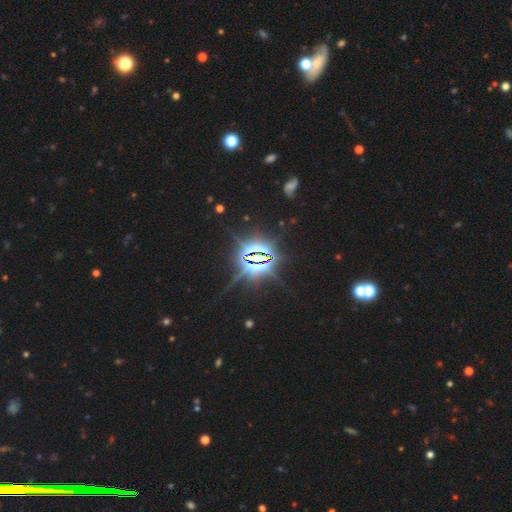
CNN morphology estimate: Smooth or featured? star or artifact (85%)